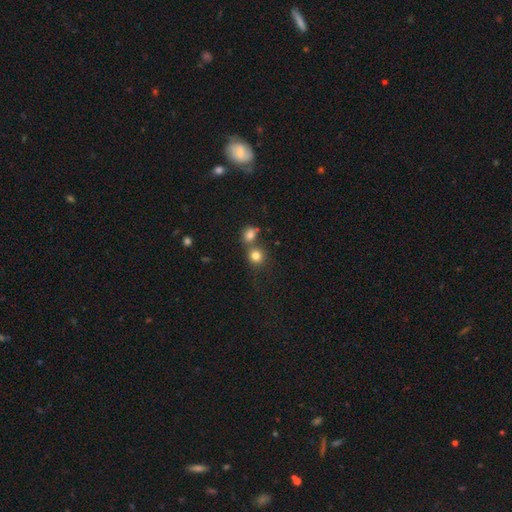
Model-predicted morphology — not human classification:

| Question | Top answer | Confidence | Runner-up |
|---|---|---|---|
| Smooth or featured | smooth | 80% | star or artifact (13%) |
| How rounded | round | 86% | in between (13%) |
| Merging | none | 54% | merger (34%) |